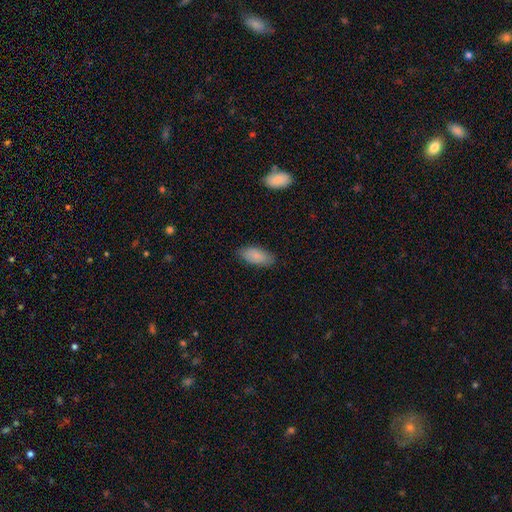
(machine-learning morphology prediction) Smooth or featured?
  - smooth: 85% *
  - featured or disk: 9%
  - star or artifact: 6%
How rounded?
  - in between: 89% *
  - cigar-shaped: 8%
  - round: 2%
Merging?
  - none: 84% *
  - minor disturbance: 12%
  - major disturbance: 2%
  - merger: 1%